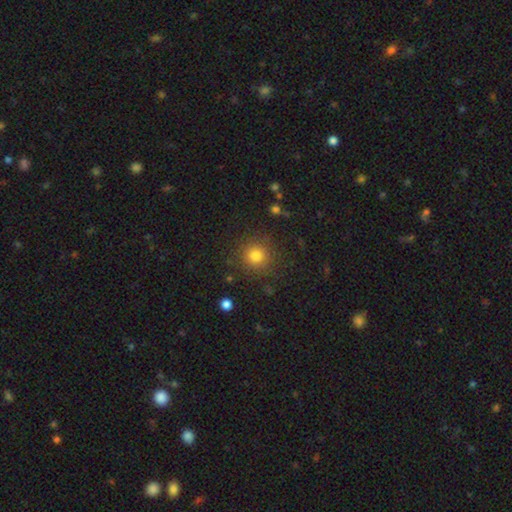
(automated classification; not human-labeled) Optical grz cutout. It shows a smooth galaxy with no disk features (80%) that is round (93%). Merging: none (87%).